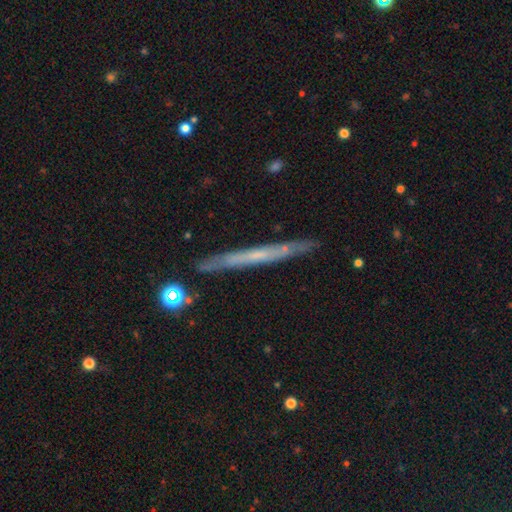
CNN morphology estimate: This is possibly a featured or disk galaxy (57%). It is clearly viewed edge-on (94%). Edge-on bulge: clearly none (85%). Merging: clearly none (87%).